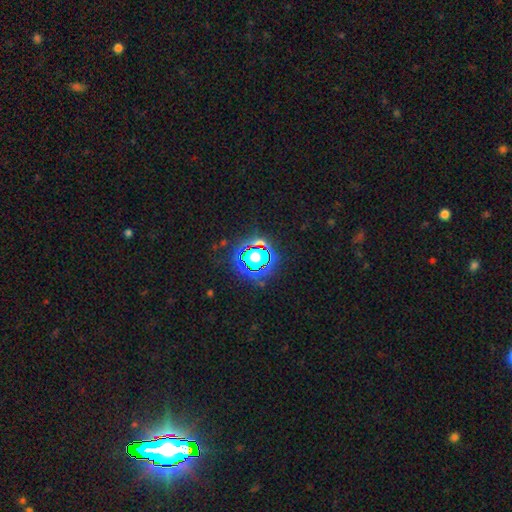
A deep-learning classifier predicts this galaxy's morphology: Smooth or featured: star or artifact — 81% (smooth — 11%)